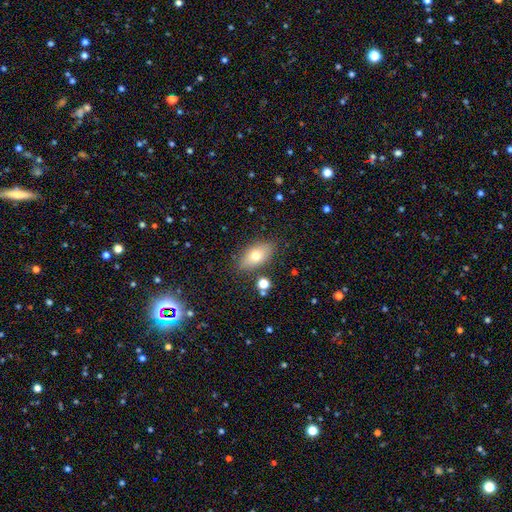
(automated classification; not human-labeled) smooth-or-featured: smooth: 73% | featured or disk: 18% | star or artifact: 8%
  how-rounded: in between: 87% | round: 7% | cigar-shaped: 6%
  merging: none: 82% | minor disturbance: 12% | merger: 4% | major disturbance: 3%